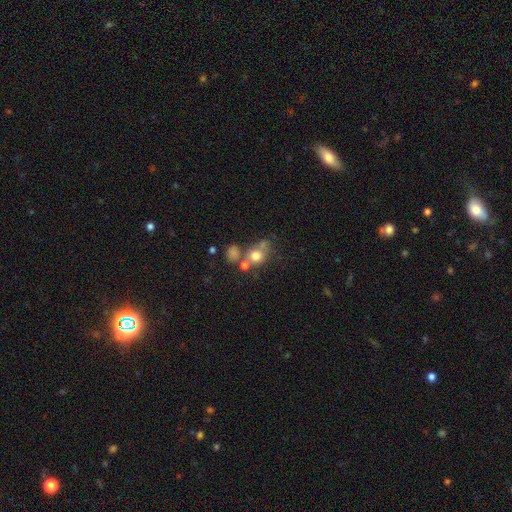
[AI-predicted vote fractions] smooth-or-featured: smooth: 71% | featured or disk: 15% | star or artifact: 14%
  how-rounded: round: 75% | in between: 24% | cigar-shaped: 1%
  merging: none: 43% | merger: 37% | minor disturbance: 12% | major disturbance: 8%